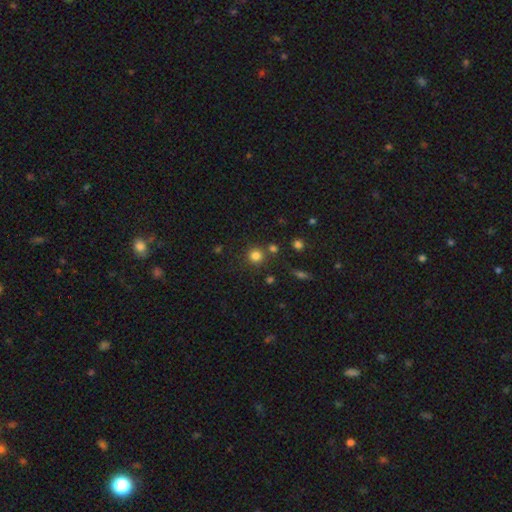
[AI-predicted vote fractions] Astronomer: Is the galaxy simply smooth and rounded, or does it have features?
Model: smooth — 80%.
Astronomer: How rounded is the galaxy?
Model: round — 92%.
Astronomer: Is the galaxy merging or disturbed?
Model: none — 78%.